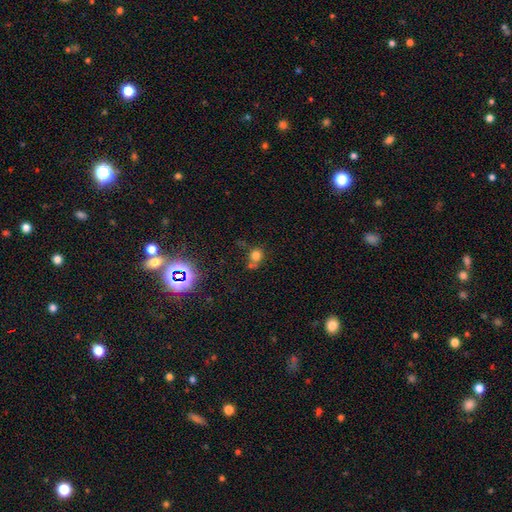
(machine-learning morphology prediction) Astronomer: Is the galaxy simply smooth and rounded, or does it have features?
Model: smooth — 73%.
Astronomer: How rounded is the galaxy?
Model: round — 81%.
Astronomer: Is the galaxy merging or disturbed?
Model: none — 51% (runner-up: merger, 29%).